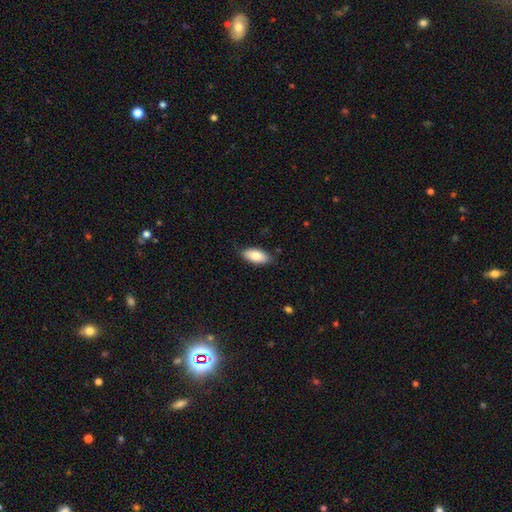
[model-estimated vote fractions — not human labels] smooth 84%, featured or disk 10%, star or artifact 6%. Down the decision tree: how rounded — in between (89%); merging — none (83%).